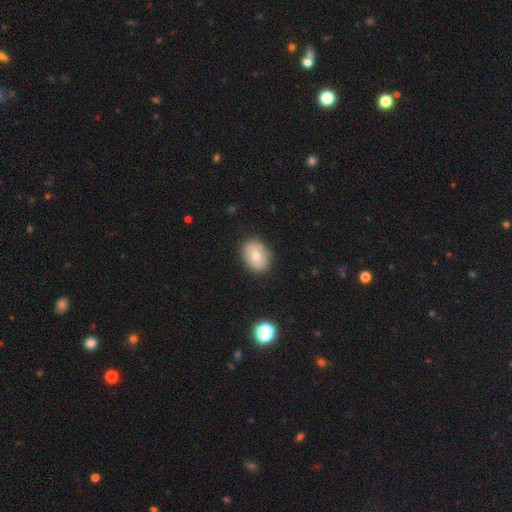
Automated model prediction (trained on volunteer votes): Overall: smooth (73%). How rounded: in between (67%; round 32%). Merging: none (83%).